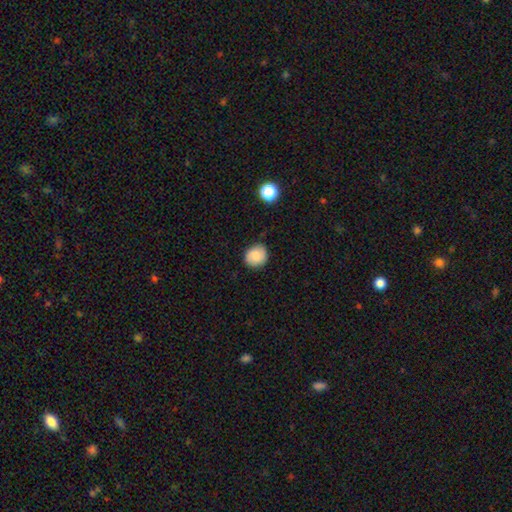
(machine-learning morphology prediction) Smooth or featured: smooth — 83% (featured or disk — 9%)
How rounded: round — 85% (in between — 14%)
Merging: none — 83% (minor disturbance — 13%)